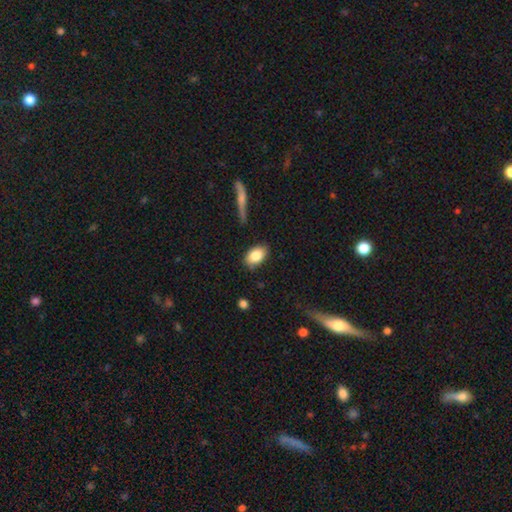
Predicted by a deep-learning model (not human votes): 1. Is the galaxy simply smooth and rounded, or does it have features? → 83% smooth, 10% featured or disk, 7% star or artifact.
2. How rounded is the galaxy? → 89% in between, 9% round, 2% cigar-shaped.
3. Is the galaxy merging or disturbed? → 83% none, 12% minor disturbance, 3% major disturbance, 2% merger.